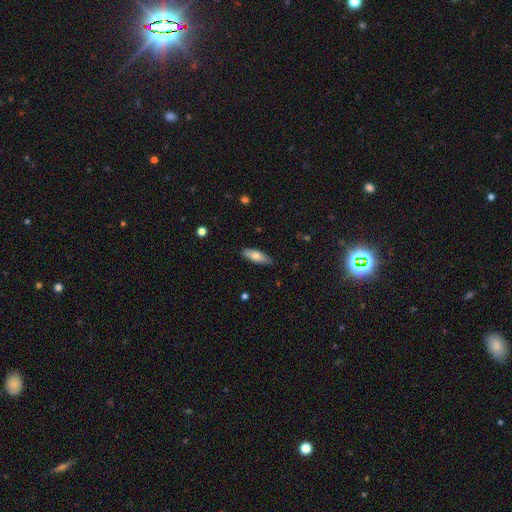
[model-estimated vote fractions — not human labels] The model was most divided on "how rounded": in between: 66%, cigar-shaped: 31%, round: 2%. More confident: merging — none (85%); smooth or featured — smooth (73%).